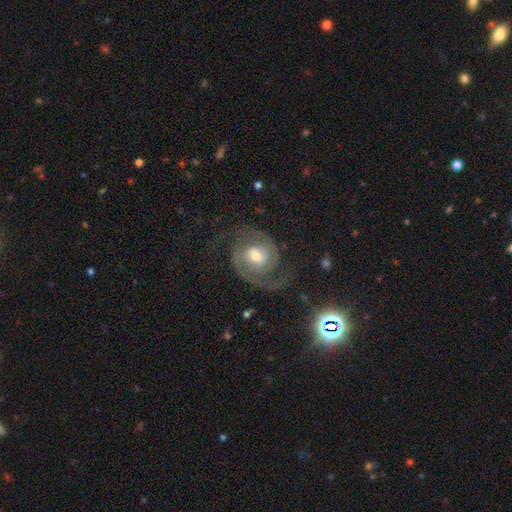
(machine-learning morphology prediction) This appears to be a featured or disk galaxy (89%) with no bar (52%), 2 (91%) medium (51%) spiral arms (98%) and a moderate central bulge (64%). Merging: none (75%).